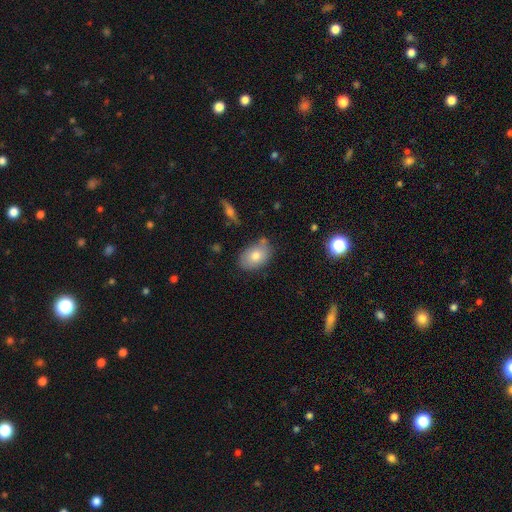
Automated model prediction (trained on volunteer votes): Morphology: type=smooth (75%); roundness=in between (86%); merging=none (74%).